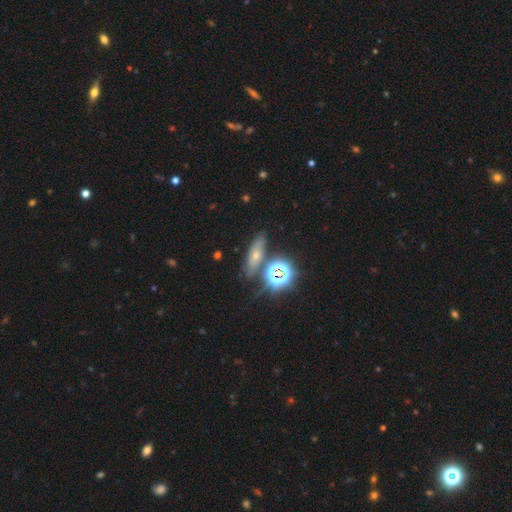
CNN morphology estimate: type=smooth (43%); merging=none (69%).